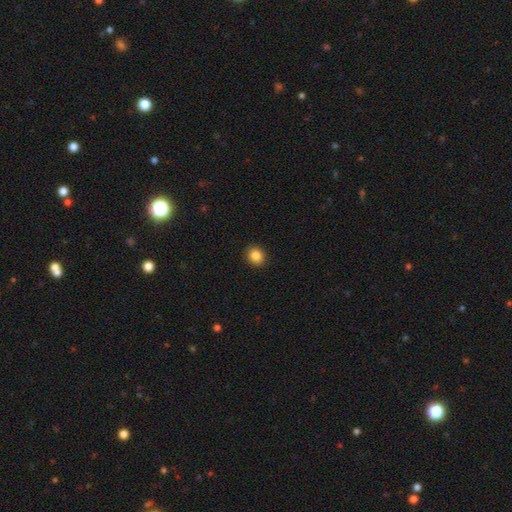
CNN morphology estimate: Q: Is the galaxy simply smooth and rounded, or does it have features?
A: smooth — 86%.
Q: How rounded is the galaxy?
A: round — 69%.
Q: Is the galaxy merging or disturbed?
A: none — 92%.